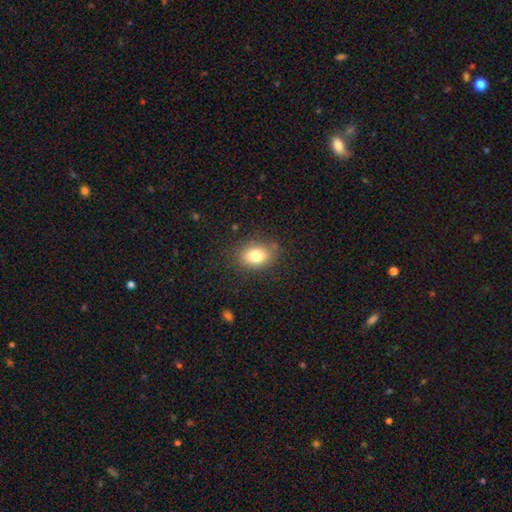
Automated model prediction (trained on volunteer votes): Smooth or featured? smooth (79%)
How rounded? in between (71%)
Merging? none (82%)